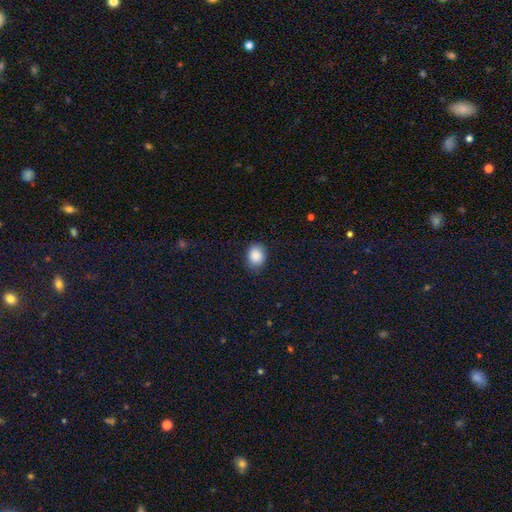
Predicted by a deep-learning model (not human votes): Smooth or featured? Predicted: smooth (p=0.88). How rounded? Predicted: in between (p=0.53). Merging? Predicted: none (p=0.85).